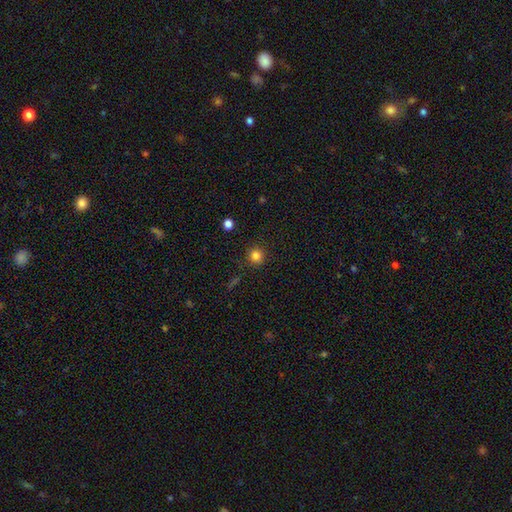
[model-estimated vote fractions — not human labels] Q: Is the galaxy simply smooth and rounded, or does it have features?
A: smooth — 83%.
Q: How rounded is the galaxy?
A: round — 93%.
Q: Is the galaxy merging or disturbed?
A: none — 90%.